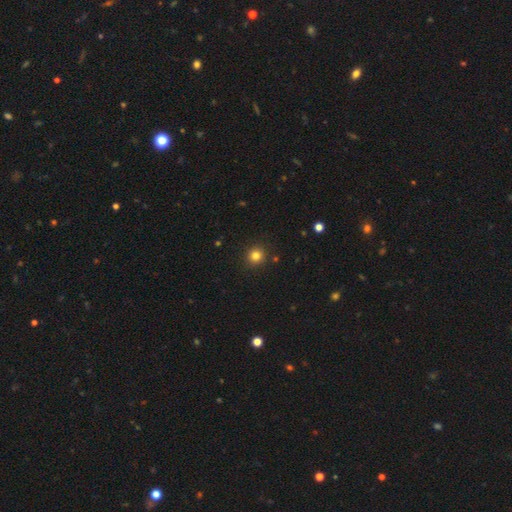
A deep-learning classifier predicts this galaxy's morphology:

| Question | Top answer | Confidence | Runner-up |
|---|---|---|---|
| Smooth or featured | smooth | 81% | star or artifact (13%) |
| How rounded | round | 92% | in between (7%) |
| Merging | none | 91% | minor disturbance (6%) |